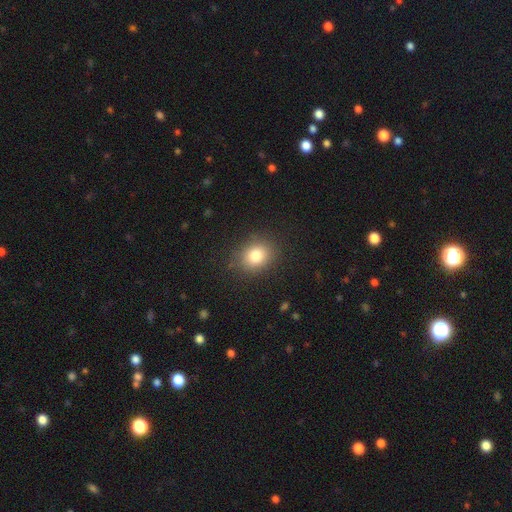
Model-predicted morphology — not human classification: Q: Smooth or featured?
A: smooth (80%); runner-up: star or artifact (12%)
Q: How rounded?
A: round (60%); runner-up: in between (40%)
Q: Merging?
A: none (86%); runner-up: minor disturbance (10%)